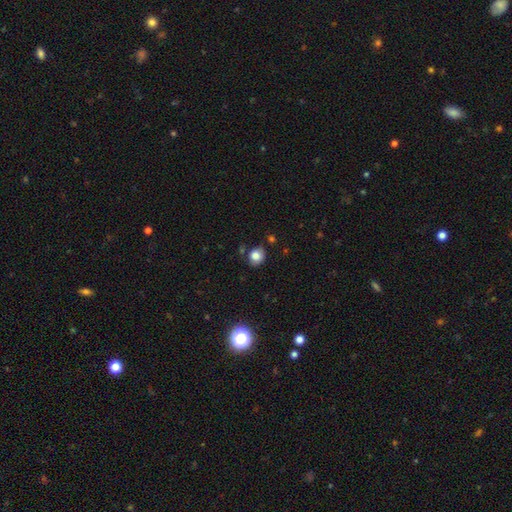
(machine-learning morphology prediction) Smooth or featured? smooth (82%)
How rounded? round (64%)
Merging? none (77%)